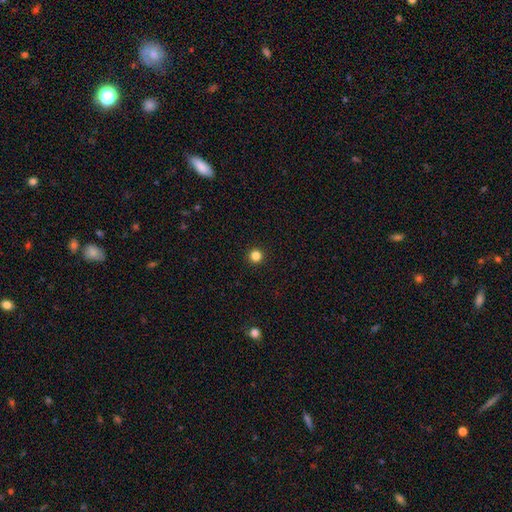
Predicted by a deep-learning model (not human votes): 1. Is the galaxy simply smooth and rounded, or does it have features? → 84% smooth, 13% star or artifact, 3% featured or disk.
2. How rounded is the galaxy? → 96% round, 3% in between, 1% cigar-shaped.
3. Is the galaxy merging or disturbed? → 94% none, 4% minor disturbance, 1% major disturbance, 1% merger.